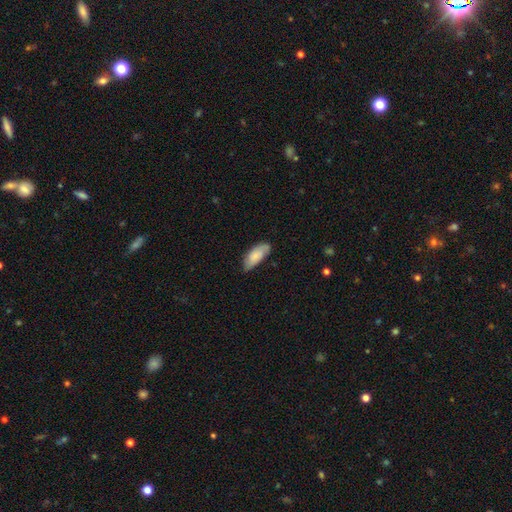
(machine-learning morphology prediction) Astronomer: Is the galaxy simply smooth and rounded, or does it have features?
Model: smooth — 78%.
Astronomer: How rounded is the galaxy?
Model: in between — 83%.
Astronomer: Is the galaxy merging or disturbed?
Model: none — 66%.